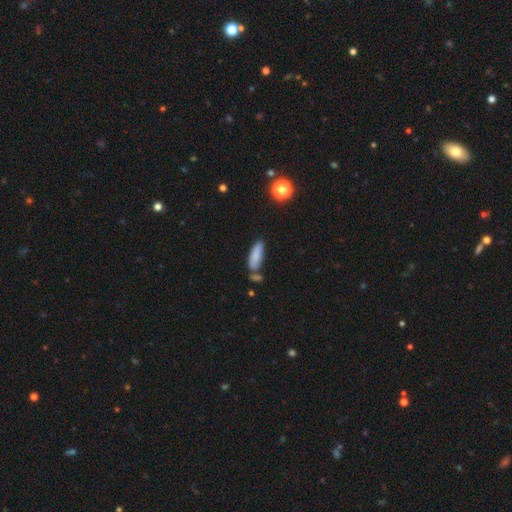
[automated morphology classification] Overall: smooth (82%). How rounded: in between (60%; cigar-shaped 38%). Merging: none (63%).